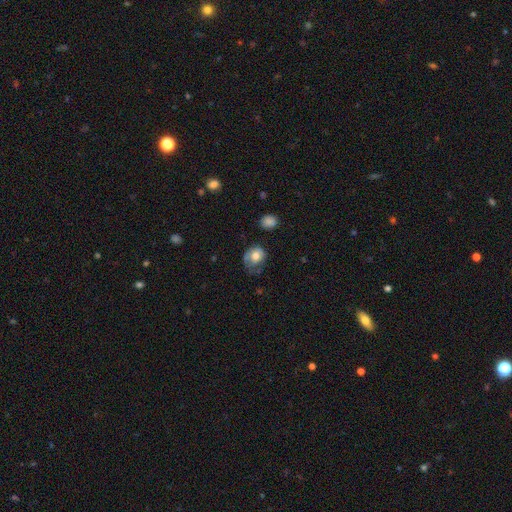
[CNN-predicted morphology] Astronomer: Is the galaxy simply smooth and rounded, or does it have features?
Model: smooth — 65%.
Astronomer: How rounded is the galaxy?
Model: round — 55% (runner-up: in between, 44%).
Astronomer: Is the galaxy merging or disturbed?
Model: none — 41% (runner-up: minor disturbance, 34%).